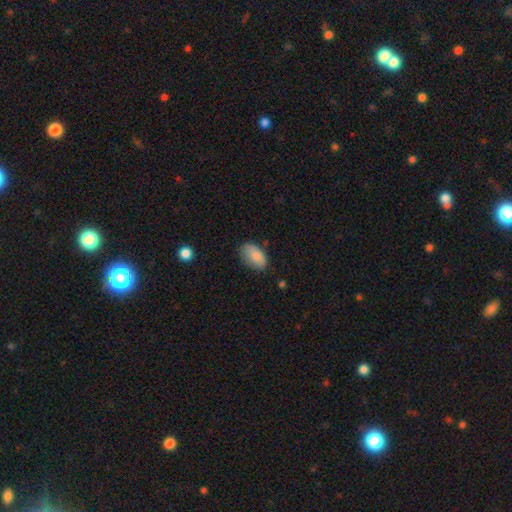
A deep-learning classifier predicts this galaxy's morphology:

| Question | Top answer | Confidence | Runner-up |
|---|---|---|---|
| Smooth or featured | smooth | 85% | featured or disk (8%) |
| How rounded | in between | 93% | round (6%) |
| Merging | none | 69% | minor disturbance (24%) |